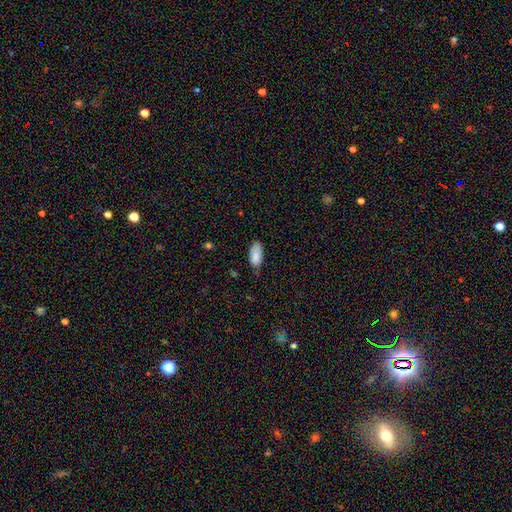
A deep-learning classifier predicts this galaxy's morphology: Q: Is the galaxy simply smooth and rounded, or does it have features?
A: smooth — 87%.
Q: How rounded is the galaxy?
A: in between — 90%.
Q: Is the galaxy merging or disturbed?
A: none — 62%.